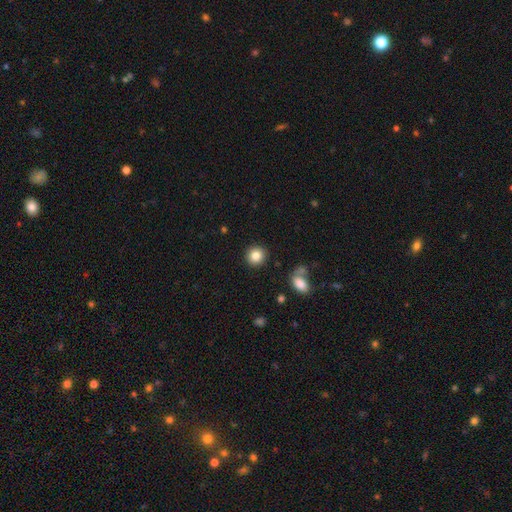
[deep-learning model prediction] A smooth galaxy with no disk features (84%) that is round (91%).

Vote fractions:
- Smooth or featured? smooth: 84% / star or artifact: 9% / featured or disk: 6%
- How rounded? round: 91% / in between: 9% / cigar-shaped: 1%
- Merging? none: 90% / minor disturbance: 6% / major disturbance: 2% / merger: 2%